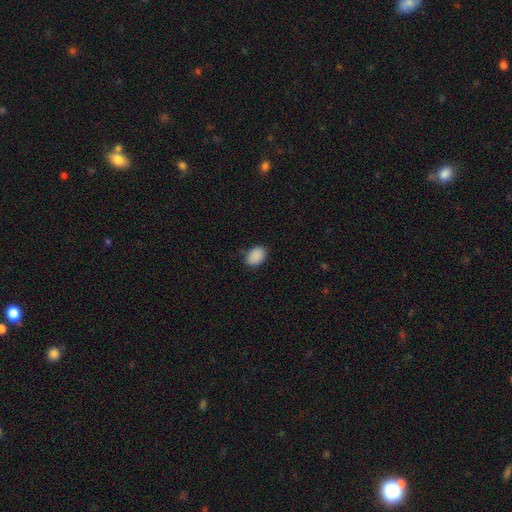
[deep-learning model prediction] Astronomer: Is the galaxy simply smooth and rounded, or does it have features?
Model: smooth — 90%.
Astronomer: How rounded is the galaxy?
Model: in between — 75%.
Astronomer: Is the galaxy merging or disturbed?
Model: none — 83%.